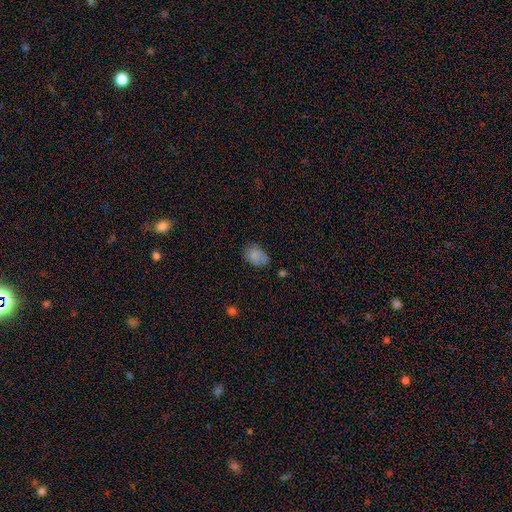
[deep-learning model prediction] smooth 76%, featured or disk 13%, star or artifact 11%. Down the decision tree: how rounded — in between (80%); merging — none (59%).